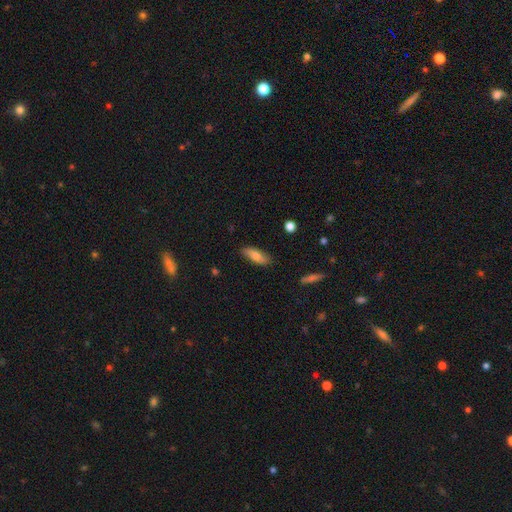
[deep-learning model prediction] Smooth or featured? smooth (74%)
How rounded? in between (70%)
Merging? none (84%)